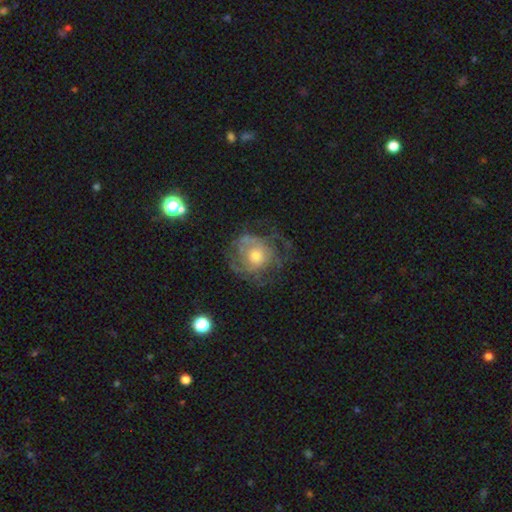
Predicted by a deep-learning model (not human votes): This is likely a featured or disk galaxy (65%). It is clearly not viewed edge-on (97%). Bar: clearly no (84%). Spiral arm pattern: likely yes (63%). Central bulge: possibly moderate (55%). Merging: possibly none (57%).